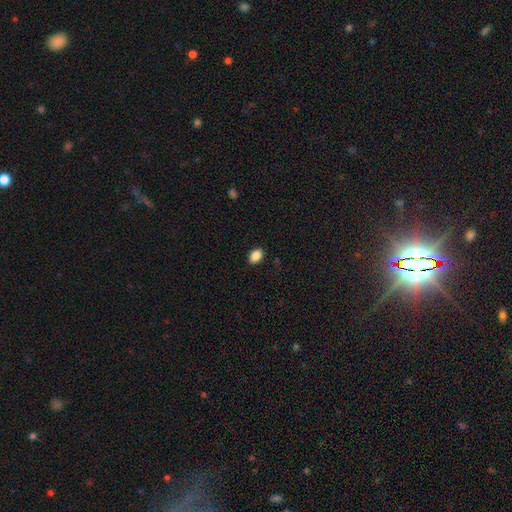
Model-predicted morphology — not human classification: Smooth or featured? smooth (88%)
How rounded? in between (78%)
Merging? none (89%)